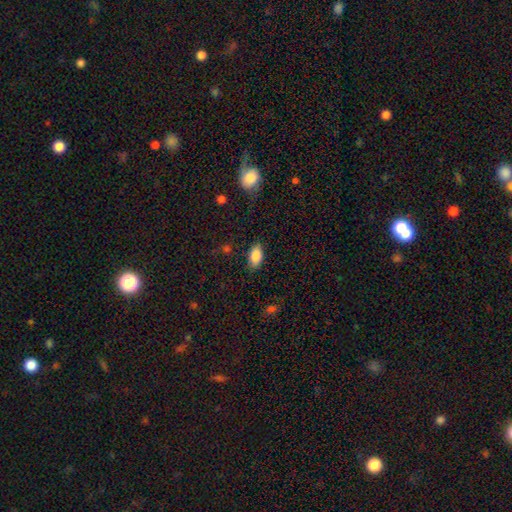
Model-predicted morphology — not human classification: Smooth or featured?
  - smooth: 83% *
  - featured or disk: 9%
  - star or artifact: 8%
How rounded?
  - in between: 90% *
  - cigar-shaped: 6%
  - round: 4%
Merging?
  - none: 85% *
  - minor disturbance: 12%
  - major disturbance: 3%
  - merger: 1%